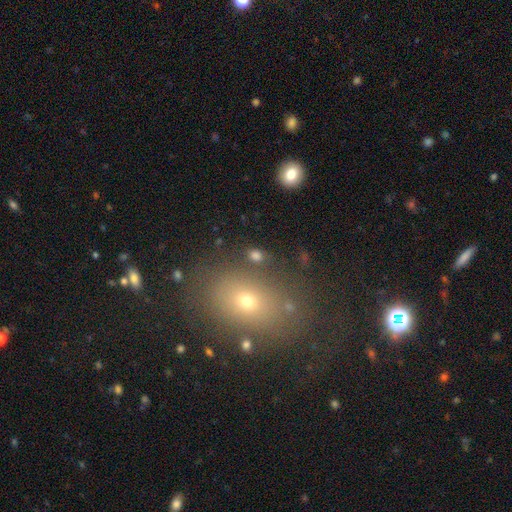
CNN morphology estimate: A smooth galaxy with no disk features (74%) that is in between round and cigar-shaped (64%). Merging: none (78%).